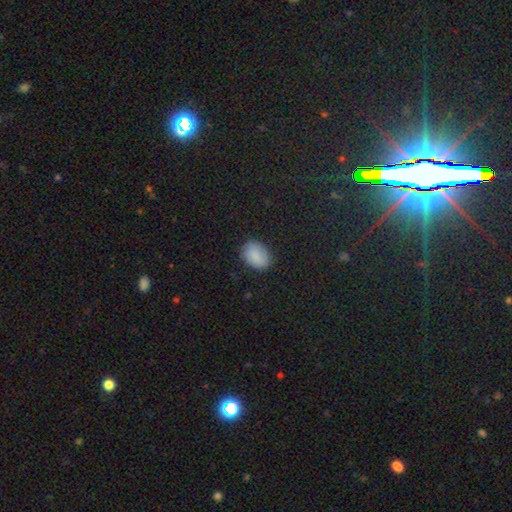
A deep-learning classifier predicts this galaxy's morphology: This is clearly a smooth galaxy (84%). How rounded: likely in between (76%). Merging: clearly none (83%).